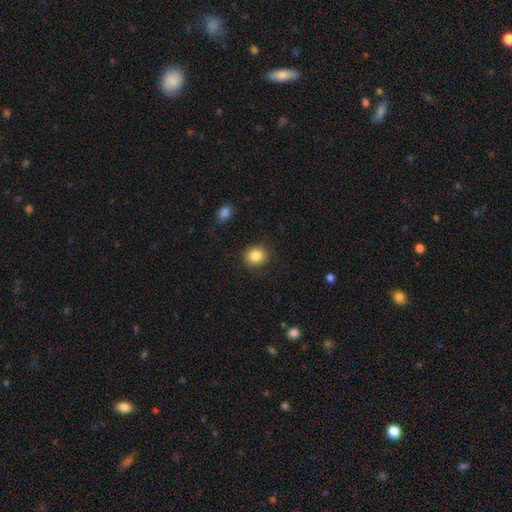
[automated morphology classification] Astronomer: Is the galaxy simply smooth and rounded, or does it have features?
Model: smooth — 85%.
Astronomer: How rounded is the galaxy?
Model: round — 82%.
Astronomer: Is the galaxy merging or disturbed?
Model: none — 87%.